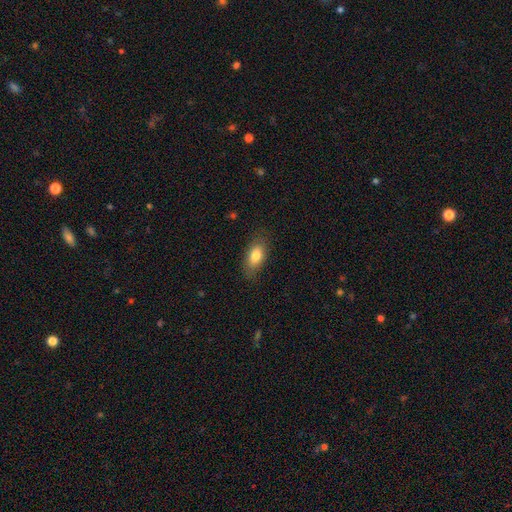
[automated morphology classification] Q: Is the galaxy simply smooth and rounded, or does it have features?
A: smooth — 80%.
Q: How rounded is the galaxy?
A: in between — 87%.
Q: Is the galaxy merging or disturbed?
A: none — 78%.